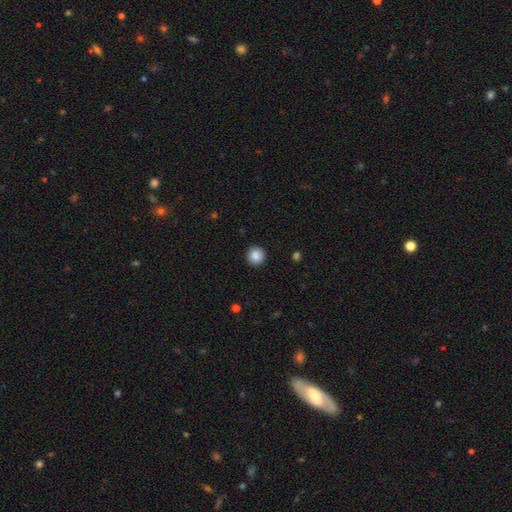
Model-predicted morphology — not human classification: Smooth or featured? Predicted: smooth (p=0.87). How rounded? Predicted: round (p=0.94). Merging? Predicted: none (p=0.92).